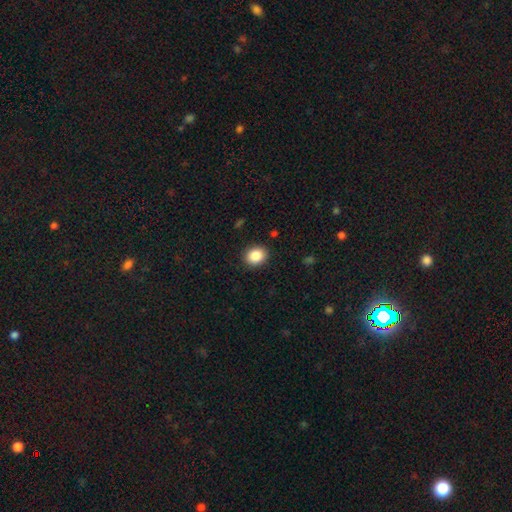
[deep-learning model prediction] Smooth or featured?
  - smooth: 87% *
  - star or artifact: 9%
  - featured or disk: 4%
How rounded?
  - round: 58% *
  - in between: 41%
  - cigar-shaped: 1%
Merging?
  - none: 90% *
  - minor disturbance: 7%
  - major disturbance: 2%
  - merger: 1%